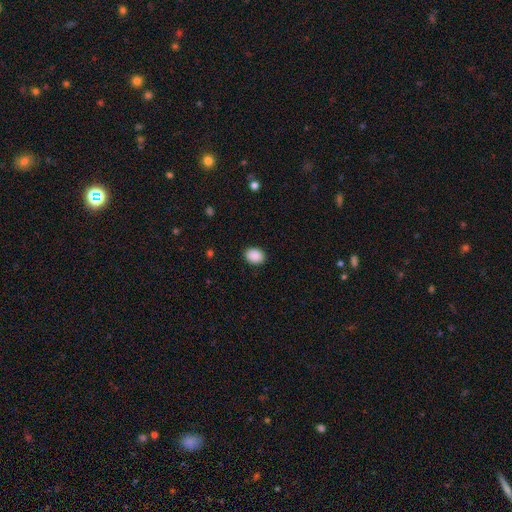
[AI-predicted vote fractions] smooth 90%, star or artifact 8%, featured or disk 2%. Down the decision tree: how rounded — in between (60%); merging — none (90%).